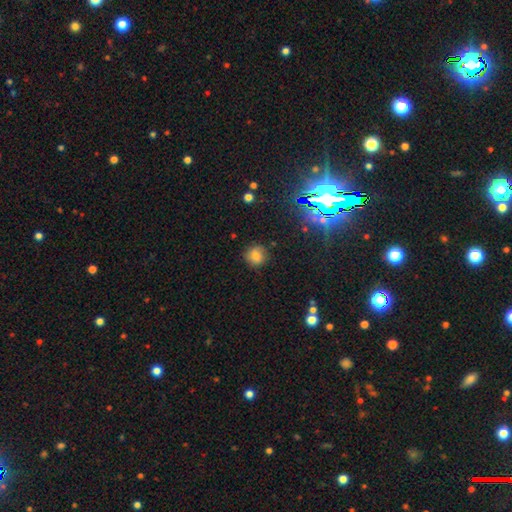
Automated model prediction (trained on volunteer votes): This is likely a smooth galaxy (73%). How rounded: clearly round (88%). Merging: clearly none (83%).